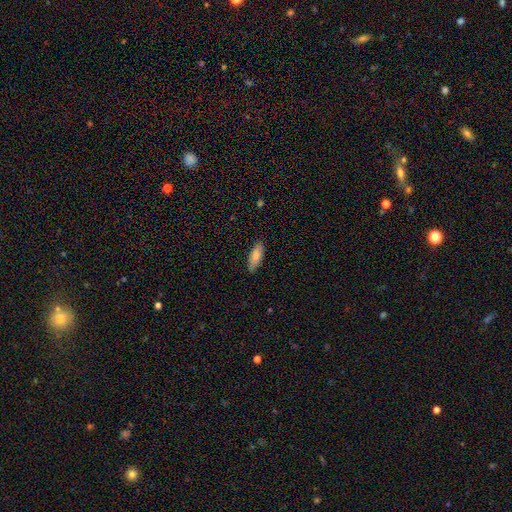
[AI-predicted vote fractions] Smooth or featured?
  - smooth: 84% *
  - featured or disk: 10%
  - star or artifact: 6%
How rounded?
  - in between: 63% *
  - cigar-shaped: 35%
  - round: 2%
Merging?
  - none: 86% *
  - minor disturbance: 11%
  - major disturbance: 2%
  - merger: 1%